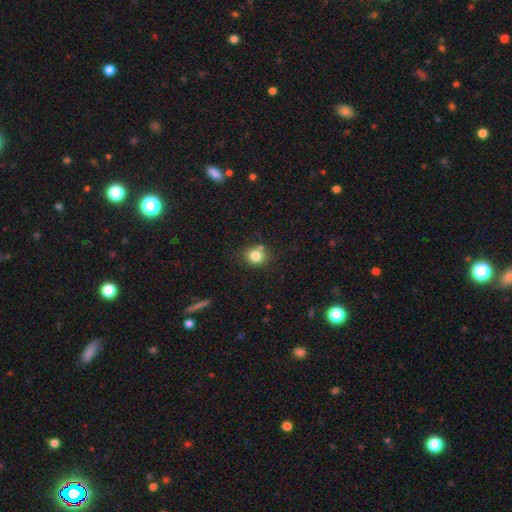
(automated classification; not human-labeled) smooth-or-featured: smooth: 81% | star or artifact: 12% | featured or disk: 8%
  how-rounded: round: 78% | in between: 21% | cigar-shaped: 1%
  merging: none: 72% | minor disturbance: 13% | merger: 12% | major disturbance: 4%